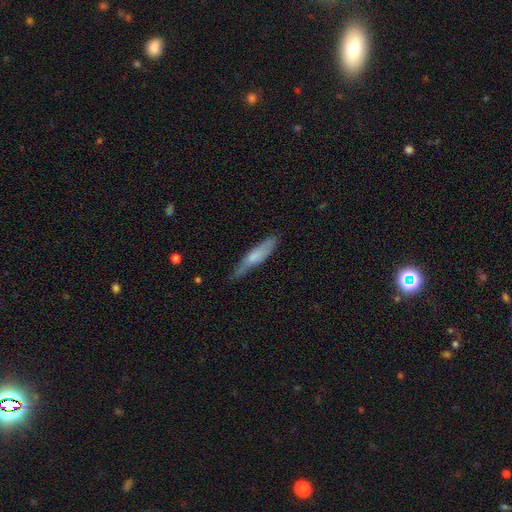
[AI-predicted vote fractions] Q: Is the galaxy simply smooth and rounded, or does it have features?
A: smooth — 64%.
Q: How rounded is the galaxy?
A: cigar-shaped — 86%.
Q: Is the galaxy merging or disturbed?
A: none — 73%.